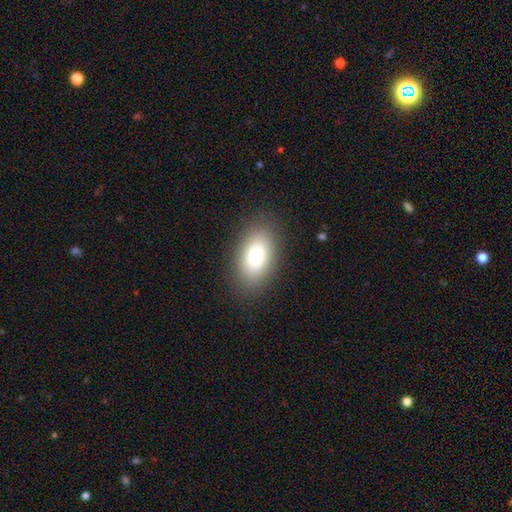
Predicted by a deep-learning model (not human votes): This is likely a smooth galaxy (79%). How rounded: clearly in between (91%). Merging: clearly none (87%).